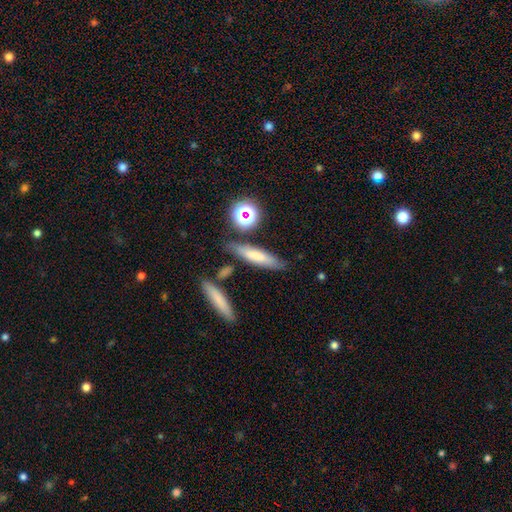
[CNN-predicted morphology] A smooth galaxy with no disk features (68%) that is cigar-shaped (73%).

Vote fractions:
- Smooth or featured? smooth: 68% / featured or disk: 22% / star or artifact: 10%
- How rounded? cigar-shaped: 73% / in between: 23% / round: 3%
- Merging? none: 75% / minor disturbance: 13% / merger: 8% / major disturbance: 4%